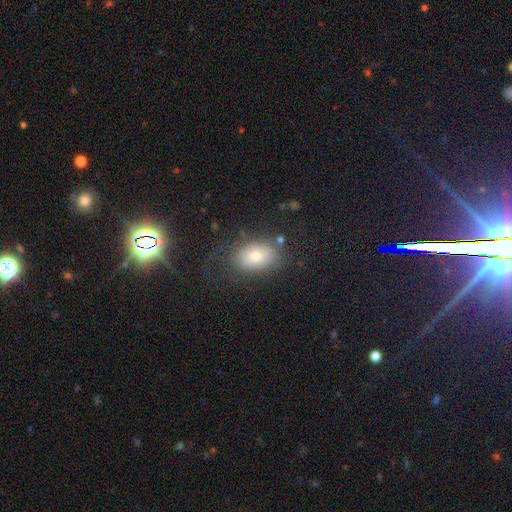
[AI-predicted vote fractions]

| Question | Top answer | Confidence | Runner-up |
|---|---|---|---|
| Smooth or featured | smooth | 69% | featured or disk (18%) |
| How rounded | in between | 77% | round (22%) |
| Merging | none | 70% | minor disturbance (16%) |